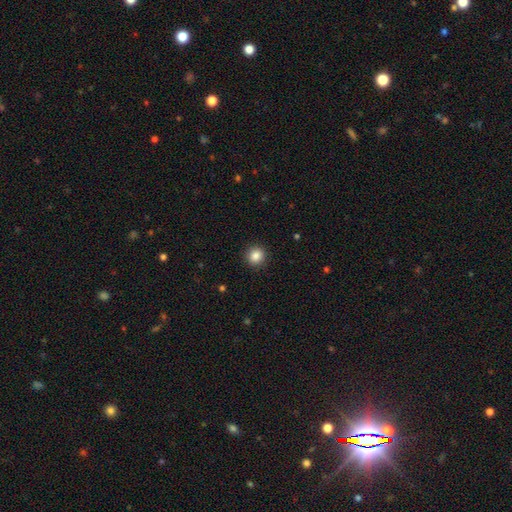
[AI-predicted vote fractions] A smooth galaxy with no disk features (86%) that is round (89%).

Vote fractions:
- Smooth or featured? smooth: 86% / star or artifact: 10% / featured or disk: 4%
- How rounded? round: 89% / in between: 10% / cigar-shaped: 1%
- Merging? none: 92% / minor disturbance: 6% / major disturbance: 2% / merger: 1%